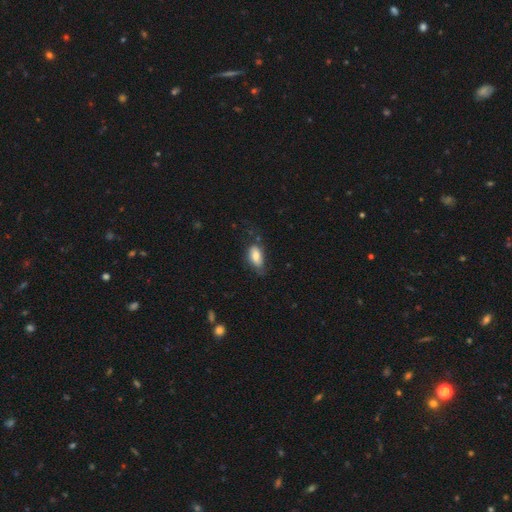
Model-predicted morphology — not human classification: A smooth galaxy with no disk features (79%) that is in between round and cigar-shaped (89%).

Vote fractions:
- Smooth or featured? smooth: 79% / featured or disk: 14% / star or artifact: 7%
- How rounded? in between: 89% / cigar-shaped: 7% / round: 4%
- Merging? none: 54% / minor disturbance: 31% / major disturbance: 12% / merger: 2%